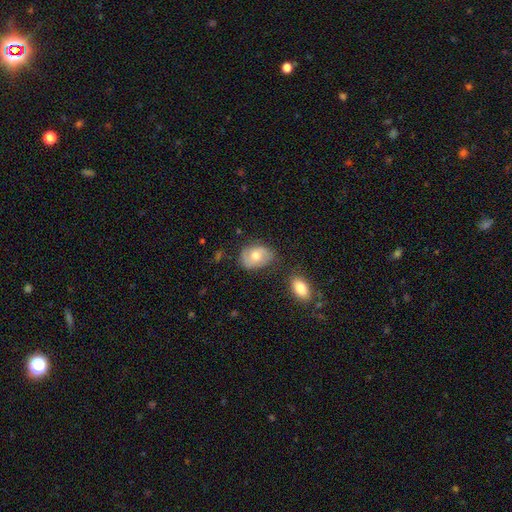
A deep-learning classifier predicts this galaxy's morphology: smooth 60%, featured or disk 33%, star or artifact 7%. Down the decision tree: how rounded — in between (72%); merging — none (63%).